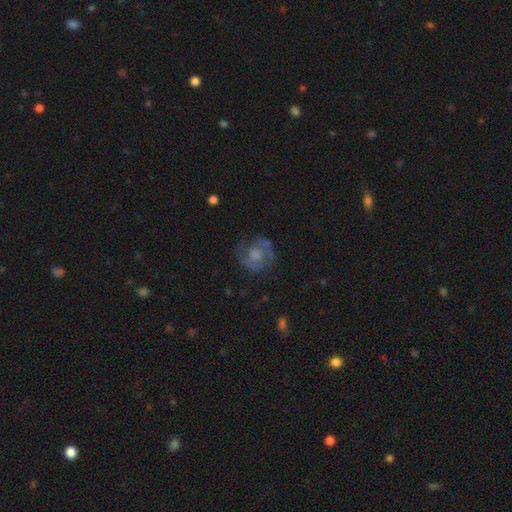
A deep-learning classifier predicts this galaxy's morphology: featured or disk 56%, smooth 35%, star or artifact 9%. Down the decision tree: edge-on disk — no (97%); bar — no (71%); spiral arms — yes (73%); bulge size — moderate (40%); merging — none (64%).